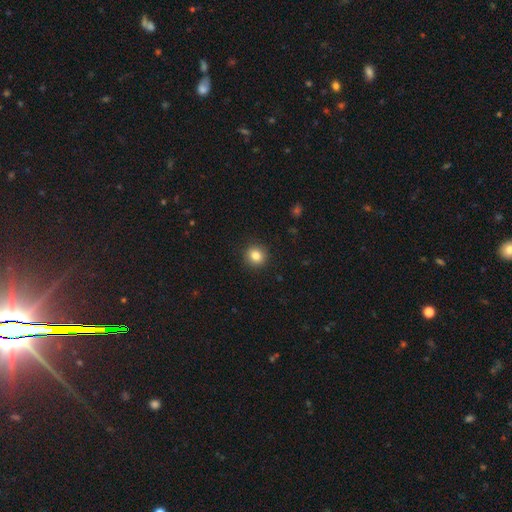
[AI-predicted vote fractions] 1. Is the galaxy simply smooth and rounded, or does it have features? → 83% smooth, 11% star or artifact, 6% featured or disk.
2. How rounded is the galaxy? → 90% round, 9% in between, 1% cigar-shaped.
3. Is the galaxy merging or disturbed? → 91% none, 6% minor disturbance, 2% major disturbance, 1% merger.